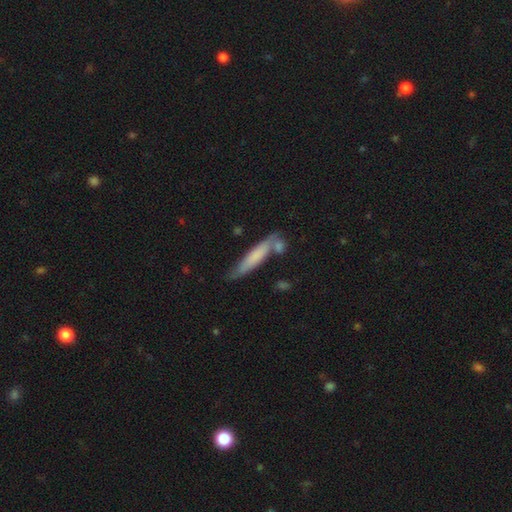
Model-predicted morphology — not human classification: Smooth or featured? smooth (67%)
How rounded? cigar-shaped (87%)
Merging? none (63%)